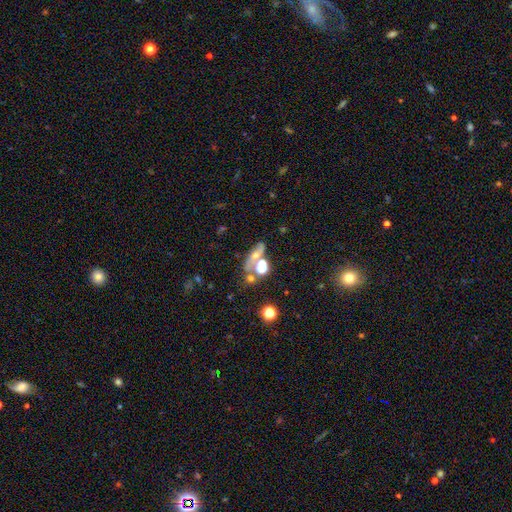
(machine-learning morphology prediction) Smooth or featured? smooth (42%)
Merging? none (42%)